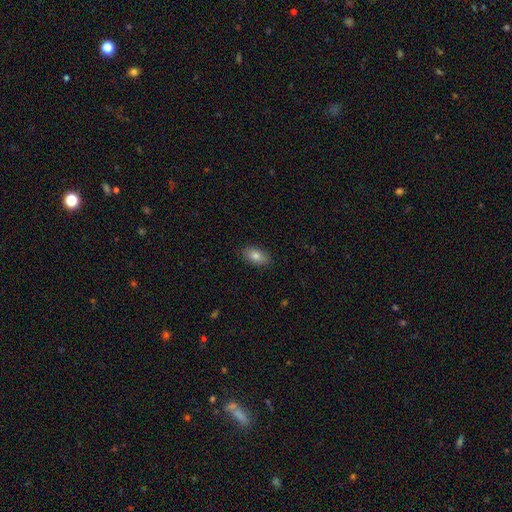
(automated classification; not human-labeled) smooth 80%, featured or disk 12%, star or artifact 8%. Down the decision tree: how rounded — in between (92%); merging — none (87%).